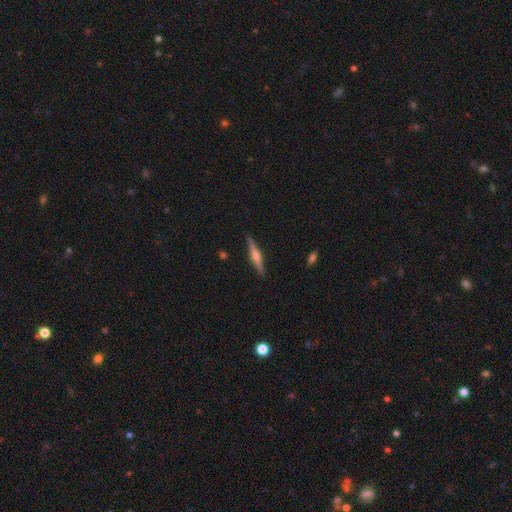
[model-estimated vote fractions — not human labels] Smooth or featured?
  - featured or disk: 70% *
  - smooth: 24%
  - star or artifact: 6%
Edge-on disk?
  - yes: 98% *
  - no: 2%
Edge-on bulge?
  - rounded: 84% *
  - boxy: 10%
  - none: 5%
Merging?
  - none: 90% *
  - minor disturbance: 7%
  - major disturbance: 1%
  - merger: 1%